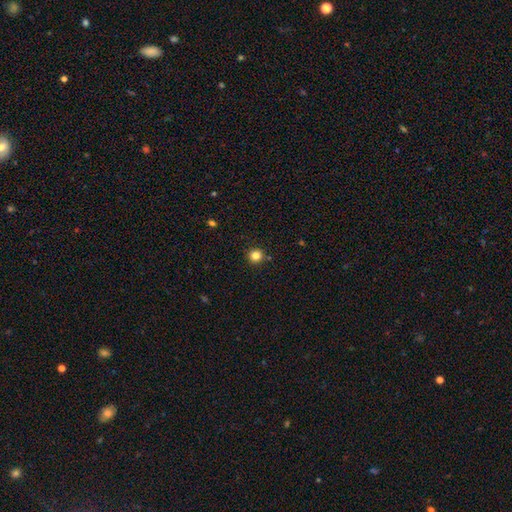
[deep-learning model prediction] Smooth or featured?
  - smooth: 83% *
  - star or artifact: 13%
  - featured or disk: 5%
How rounded?
  - round: 93% *
  - in between: 6%
  - cigar-shaped: 1%
Merging?
  - none: 89% *
  - minor disturbance: 6%
  - merger: 3%
  - major disturbance: 2%